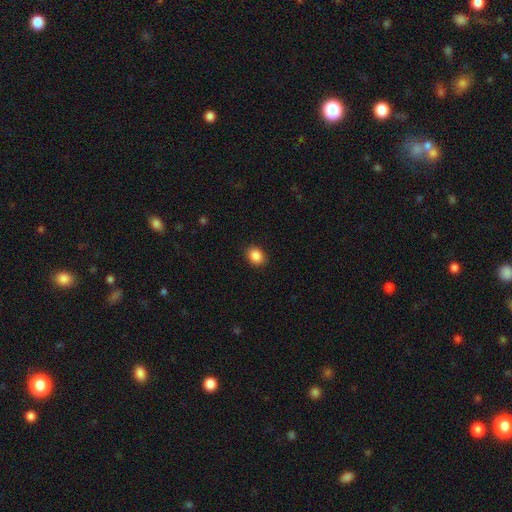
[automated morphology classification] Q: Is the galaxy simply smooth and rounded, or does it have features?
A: smooth — 88%.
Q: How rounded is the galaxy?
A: round — 50%.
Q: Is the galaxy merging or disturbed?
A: none — 89%.